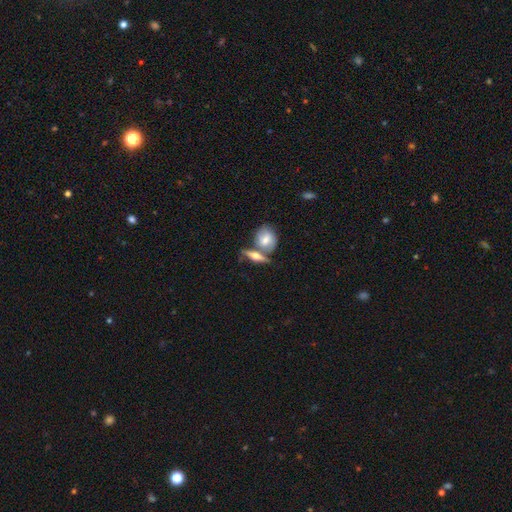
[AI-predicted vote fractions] Smooth or featured?
  - featured or disk: 49% *
  - smooth: 44%
  - star or artifact: 7%
Merging?
  - none: 52% *
  - merger: 33%
  - minor disturbance: 11%
  - major disturbance: 4%